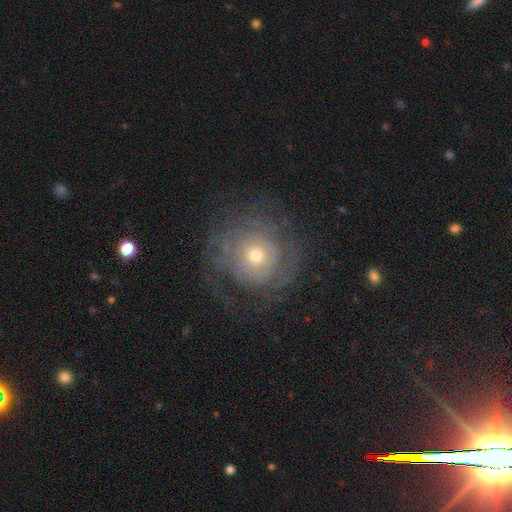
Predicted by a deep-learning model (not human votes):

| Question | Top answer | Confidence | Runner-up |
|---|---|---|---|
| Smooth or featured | featured or disk | 67% | smooth (23%) |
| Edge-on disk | no | 97% | yes (3%) |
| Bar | no | 84% | weak (13%) |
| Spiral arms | yes | 75% | no (25%) |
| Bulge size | moderate | 50% | small (43%) |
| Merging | none | 65% | major disturbance (17%) |